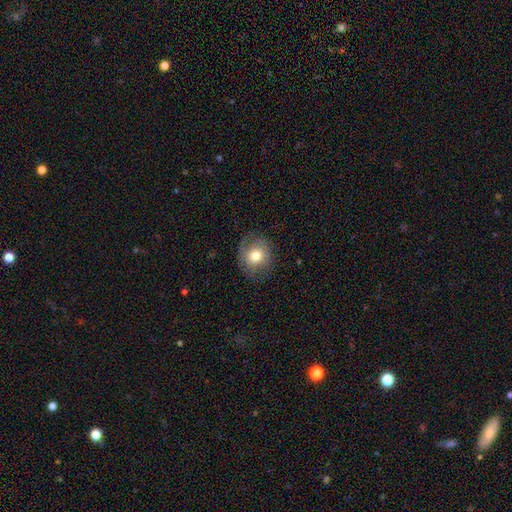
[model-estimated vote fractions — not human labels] Smooth or featured? Predicted: smooth (p=0.67). How rounded? Predicted: round (p=0.72). Merging? Predicted: none (p=0.75).